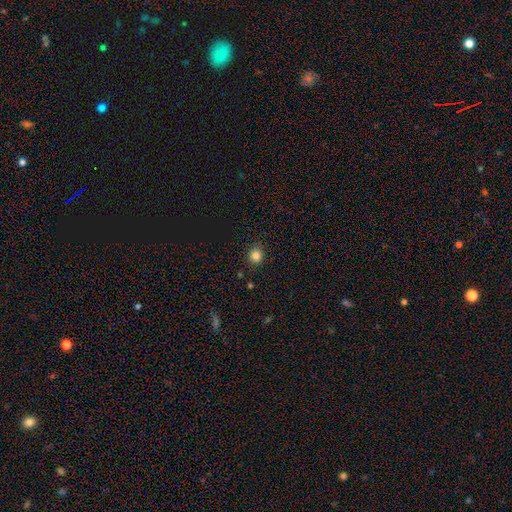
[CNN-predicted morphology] smooth_or_featured: smooth (p=0.83) [alt: star or artifact p=0.13]
how_rounded: round (p=0.86) [alt: in between p=0.13]
merging: none (p=0.89) [alt: minor disturbance p=0.08]